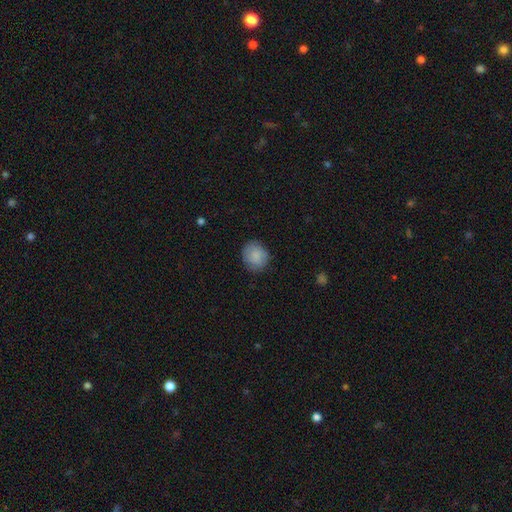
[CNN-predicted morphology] Smooth or featured? smooth (86%)
How rounded? round (74%)
Merging? none (82%)